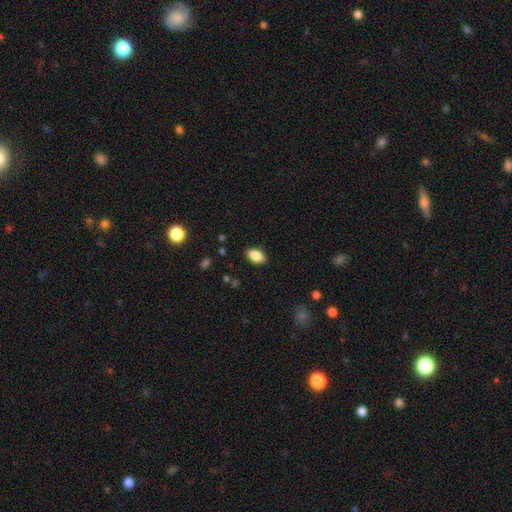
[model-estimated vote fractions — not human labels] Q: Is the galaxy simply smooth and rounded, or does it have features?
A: smooth — 86%.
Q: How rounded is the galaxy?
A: in between — 92%.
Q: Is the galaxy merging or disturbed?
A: none — 87%.